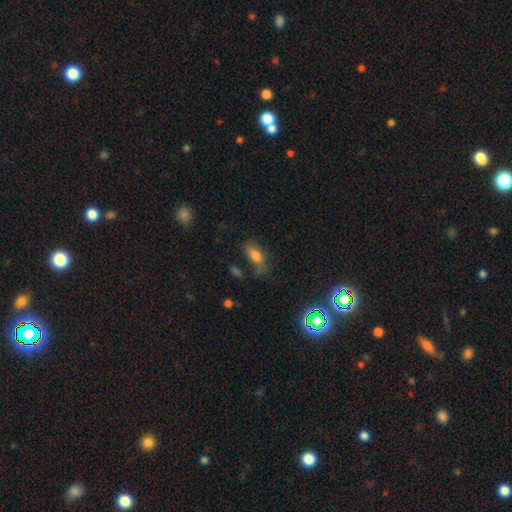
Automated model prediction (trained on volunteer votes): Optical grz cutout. It shows a smooth galaxy with no disk features (73%) that is in between round and cigar-shaped (81%). Merging: none (50%).